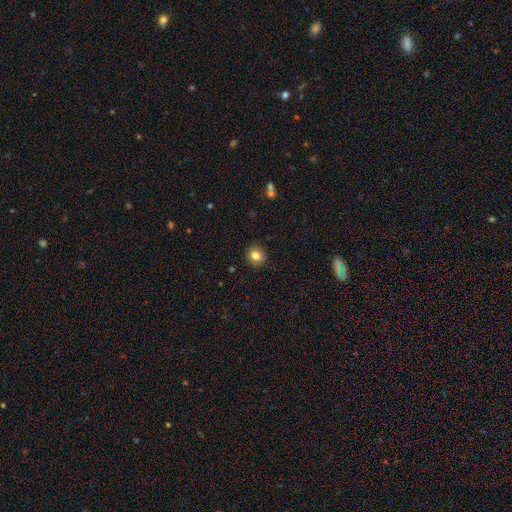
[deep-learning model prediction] A smooth galaxy with no disk features (82%) that is round (80%). Merging: none (90%).